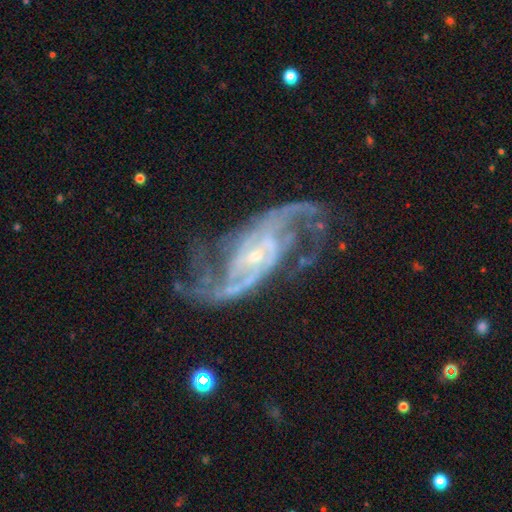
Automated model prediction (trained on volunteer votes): Smooth or featured: featured or disk — 91% (star or artifact — 5%)
Edge-on disk: no — 96% (yes — 4%)
Bar: weak — 43% (no — 36%)
Spiral arms: yes — 98% (no — 2%)
Spiral winding: medium — 46% (loose — 39%)
Spiral arm count: 2 — 75% (3 — 8%)
Bulge size: small — 73% (moderate — 21%)
Merging: none — 65% (minor disturbance — 17%)